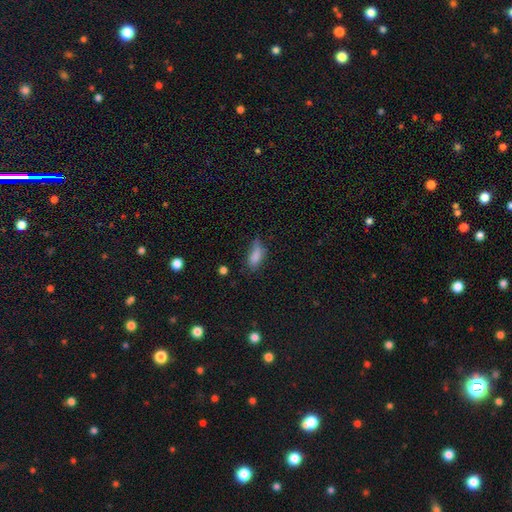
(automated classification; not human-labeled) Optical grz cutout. It shows a smooth galaxy with no disk features (80%) that is in between round and cigar-shaped (76%). Merging: none (51%).